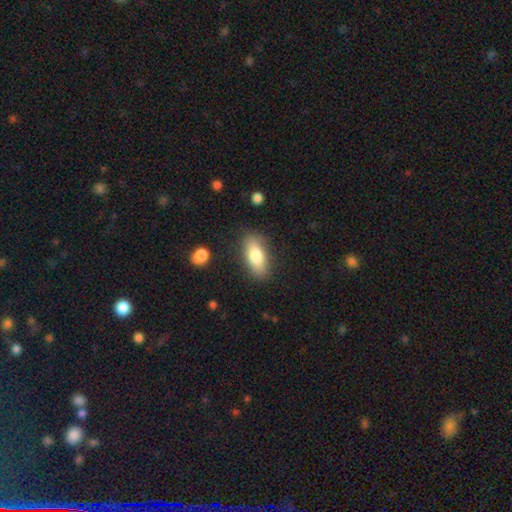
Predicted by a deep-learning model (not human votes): Overall: smooth (78%). How rounded: in between (81%). Merging: none (83%).